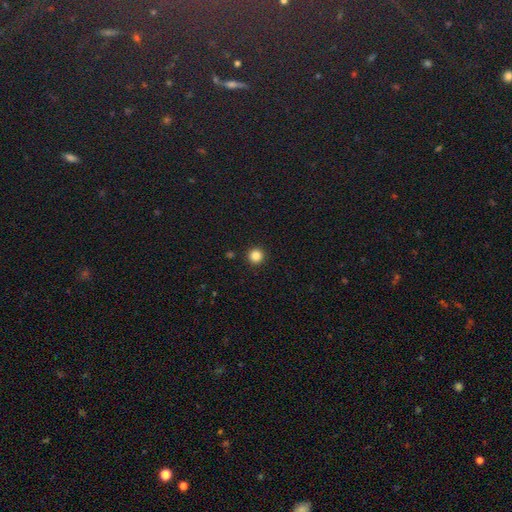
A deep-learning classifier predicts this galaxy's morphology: This appears to be a smooth galaxy with no disk features (85%) that is round (96%). Merging: none (93%).